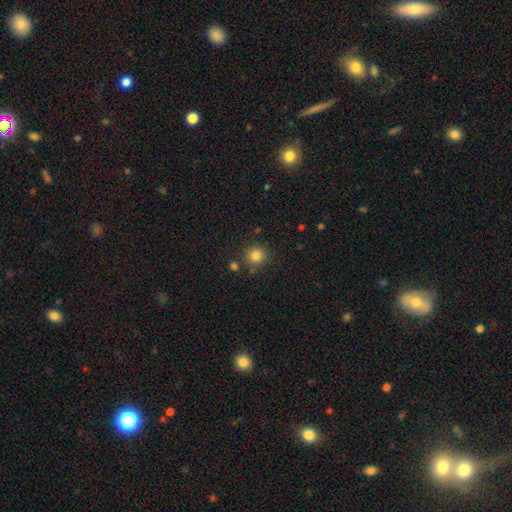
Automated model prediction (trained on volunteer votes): smooth_or_featured: smooth (p=0.82) [alt: star or artifact p=0.12]
how_rounded: round (p=0.93) [alt: in between p=0.06]
merging: none (p=0.84) [alt: minor disturbance p=0.08]